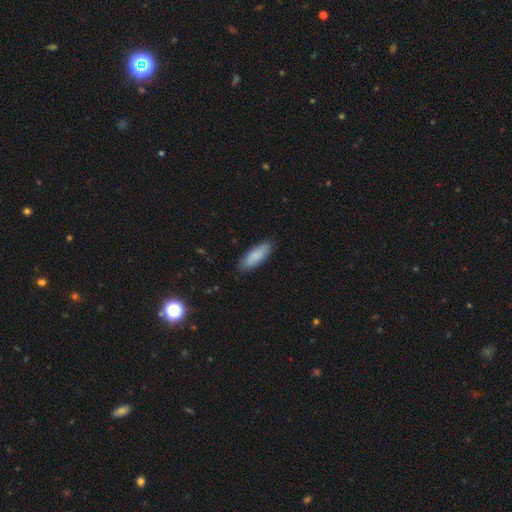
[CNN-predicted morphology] Smooth or featured: smooth — 85% (featured or disk — 9%)
How rounded: in between — 64% (cigar-shaped — 34%)
Merging: none — 87% (minor disturbance — 10%)